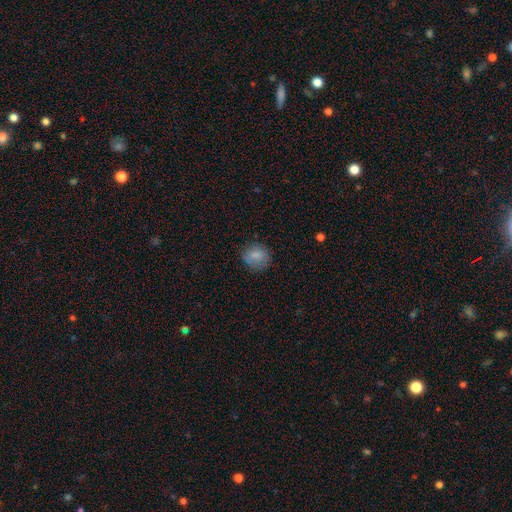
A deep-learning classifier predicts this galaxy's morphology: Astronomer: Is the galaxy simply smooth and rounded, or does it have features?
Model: smooth — 80%.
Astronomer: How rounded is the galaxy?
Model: round — 72%.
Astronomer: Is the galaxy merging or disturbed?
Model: none — 76%.